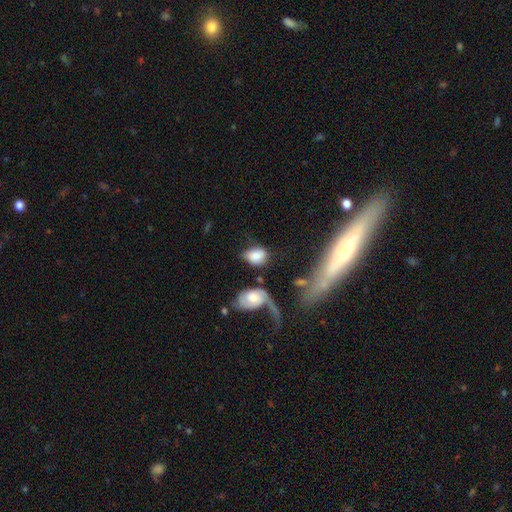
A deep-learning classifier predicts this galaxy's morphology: Smooth or featured? Predicted: smooth (p=0.74). How rounded? Predicted: in between (p=0.72). Merging? Predicted: none (p=0.46).